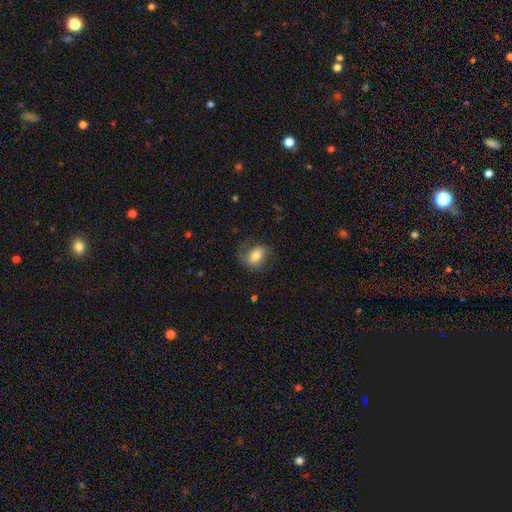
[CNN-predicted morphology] Overall: smooth (57%; featured or disk 36%). How rounded: in between (67%; round 32%). Merging: none (64%).